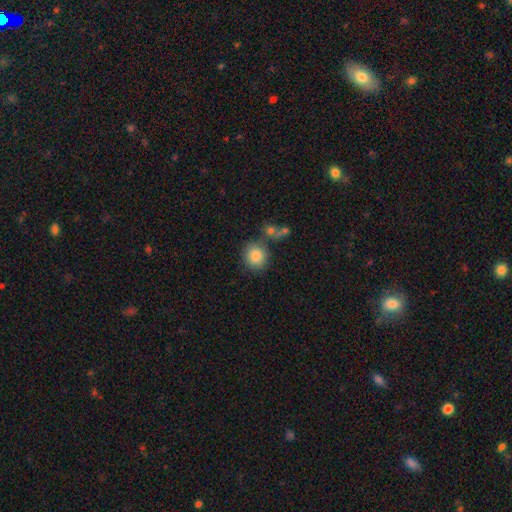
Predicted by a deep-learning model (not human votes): Q: Smooth or featured?
A: smooth (86%); runner-up: star or artifact (8%)
Q: How rounded?
A: round (82%); runner-up: in between (17%)
Q: Merging?
A: none (71%); runner-up: minor disturbance (12%)